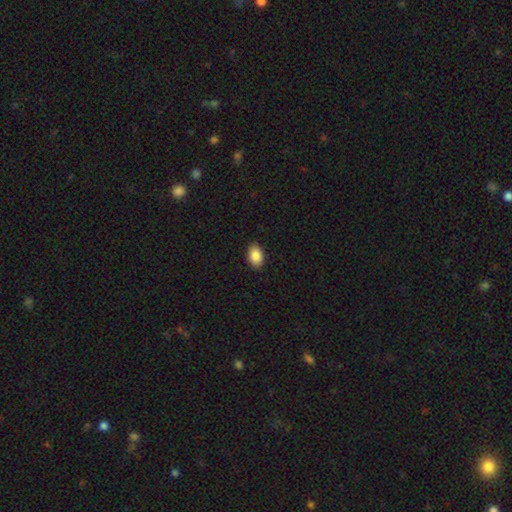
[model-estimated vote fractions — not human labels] Q: Smooth or featured?
A: smooth (88%); runner-up: star or artifact (7%)
Q: How rounded?
A: in between (89%); runner-up: round (9%)
Q: Merging?
A: none (89%); runner-up: minor disturbance (8%)